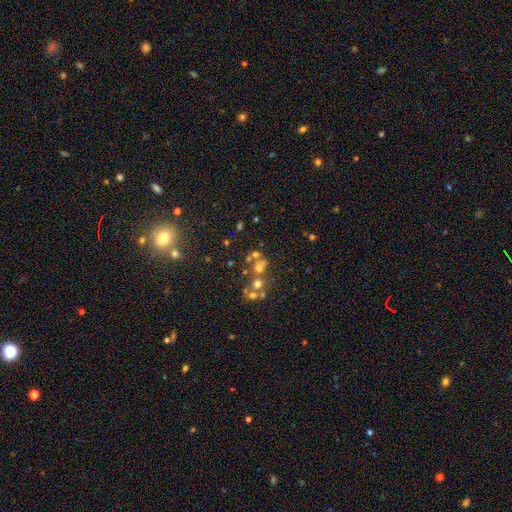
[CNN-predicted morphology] type=smooth (44%); merging=none (47%).